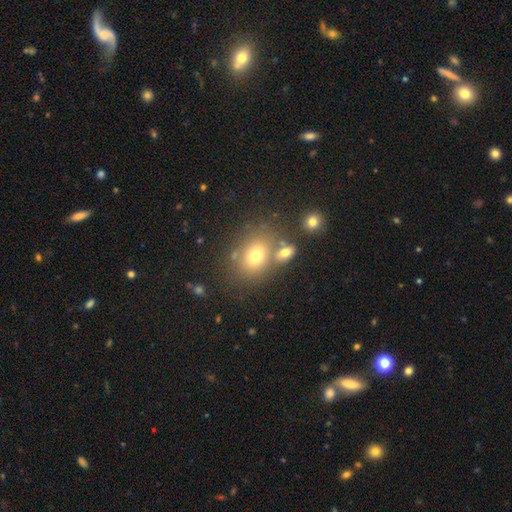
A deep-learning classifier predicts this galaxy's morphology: A smooth galaxy with no disk features (70%) that is in between round and cigar-shaped (56%).

Vote fractions:
- Smooth or featured? smooth: 70% / star or artifact: 15% / featured or disk: 15%
- How rounded? in between: 56% / round: 43% / cigar-shaped: 1%
- Merging? none: 63% / merger: 20% / minor disturbance: 12% / major disturbance: 5%